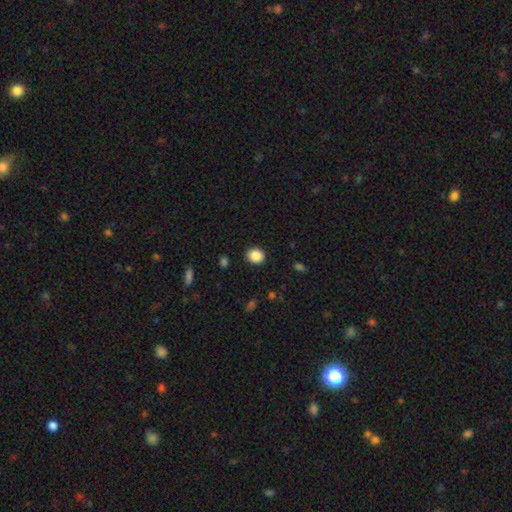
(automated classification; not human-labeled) smooth_or_featured: smooth (p=0.88) [alt: star or artifact p=0.09]
how_rounded: round (p=0.70) [alt: in between p=0.29]
merging: none (p=0.89) [alt: minor disturbance p=0.07]